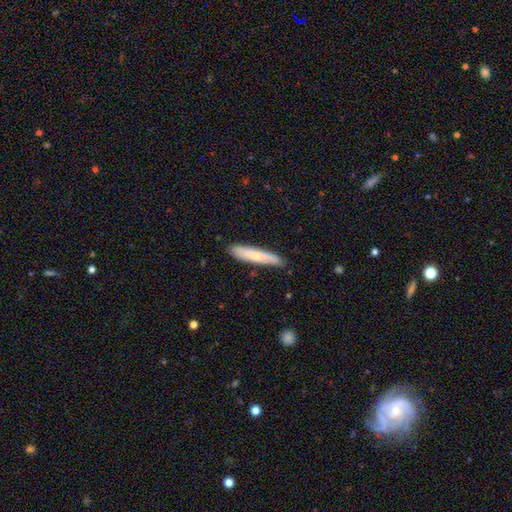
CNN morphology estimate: This is likely a smooth galaxy (65%). How rounded: clearly cigar-shaped (89%). Merging: clearly none (83%).